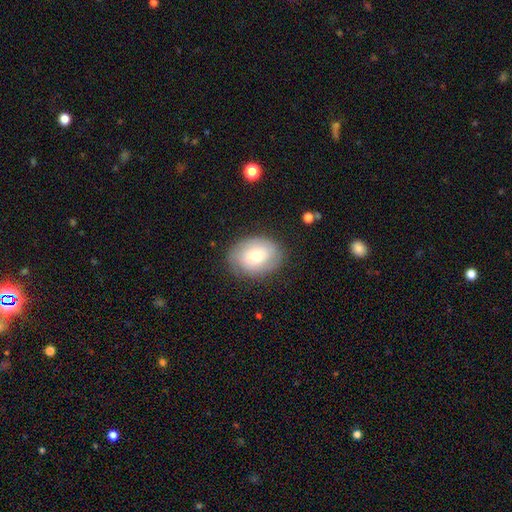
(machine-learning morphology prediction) A smooth galaxy with no disk features (61%) that is in between round and cigar-shaped (63%). Merging: none (81%).